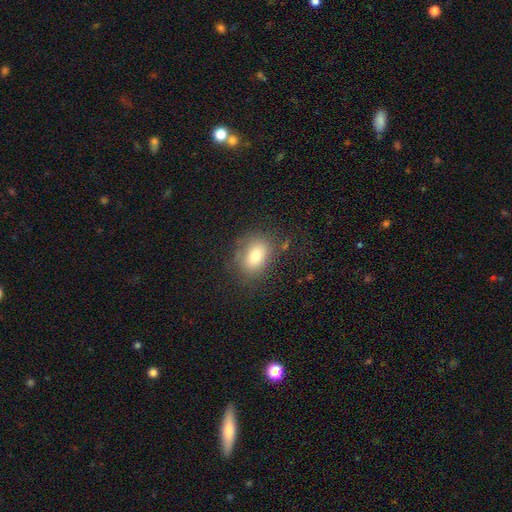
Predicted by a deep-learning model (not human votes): Overall: smooth (77%). How rounded: in between (66%; round 33%). Merging: none (75%).